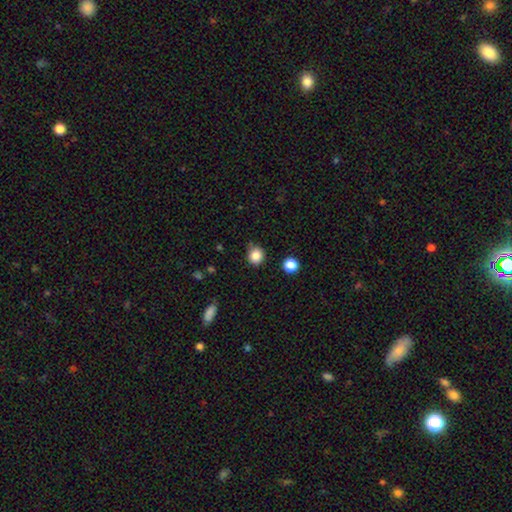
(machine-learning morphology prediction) Overall: smooth (85%). How rounded: round (87%). Merging: none (79%).